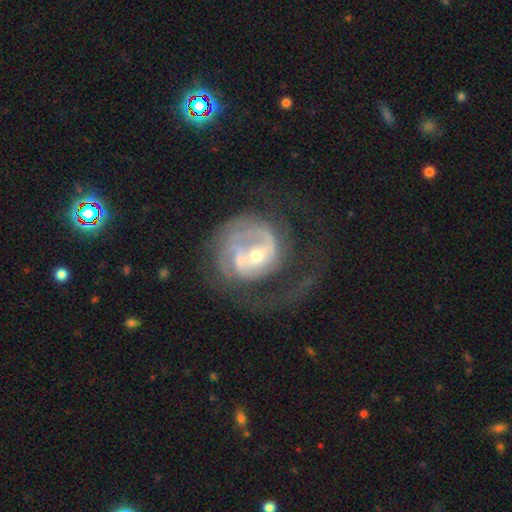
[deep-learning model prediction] A featured or disk galaxy (82%) with no bar (47%), 1 (37%) tight (37%, tied with medium) spiral arms (86%) and a small central bulge (55%).

Vote fractions:
- Smooth or featured? featured or disk: 82% / smooth: 12% / star or artifact: 6%
- Edge-on disk? no: 98% / yes: 2%
- Bar? no: 47% / weak: 39% / strong: 14%
- Spiral arms? yes: 86% / no: 14%
- Spiral winding? tight: 37% (tied) / medium: 37% (tied) / loose: 26%
- Spiral arm count? 1: 37% / 2: 30% / can't tell: 20% / 3: 7% / 4: 3% / more than 4: 3%
- Bulge size? small: 55% / moderate: 38% / large: 3% / none: 2% / dominant: 1%
- Merging? major disturbance: 42% / none: 35% / minor disturbance: 16% / merger: 7%